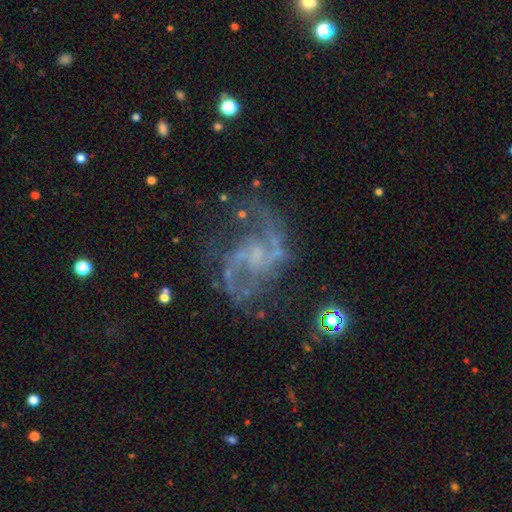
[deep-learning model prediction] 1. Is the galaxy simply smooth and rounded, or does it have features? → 86% featured or disk, 9% star or artifact, 5% smooth.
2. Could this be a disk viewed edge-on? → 98% no, 2% yes.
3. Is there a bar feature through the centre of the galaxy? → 50% no, 39% weak, 11% strong.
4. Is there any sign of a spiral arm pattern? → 94% yes, 6% no.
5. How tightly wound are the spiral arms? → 48% loose, 43% medium, 9% tight.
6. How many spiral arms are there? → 87% 2, 5% can't tell, 3% 3, 2% 1, 2% 4, 2% more than 4.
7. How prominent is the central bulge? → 55% none, 31% small, 11% moderate, 2% large, 1% dominant.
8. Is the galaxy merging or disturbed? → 62% none, 18% minor disturbance, 17% major disturbance, 3% merger.